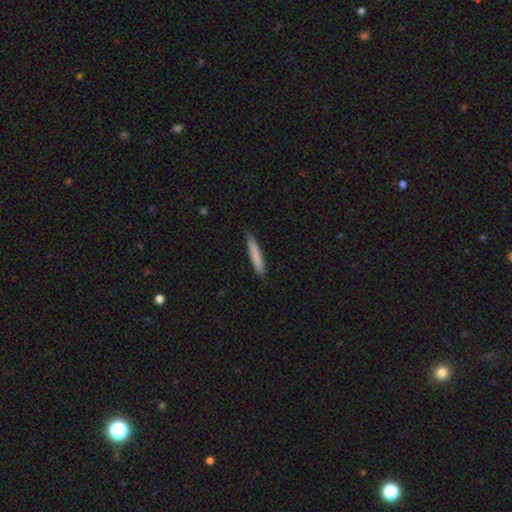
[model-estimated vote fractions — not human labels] Smooth or featured? smooth (80%)
How rounded? cigar-shaped (93%)
Merging? none (86%)